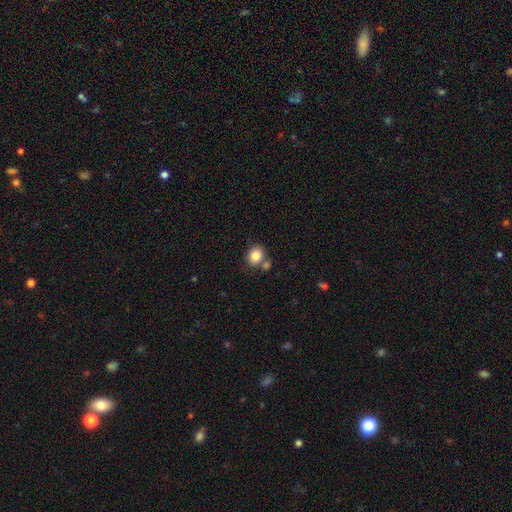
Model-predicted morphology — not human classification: smooth-or-featured: smooth: 84% | star or artifact: 9% | featured or disk: 7%
  how-rounded: round: 65% | in between: 34% | cigar-shaped: 1%
  merging: none: 65% | merger: 19% | minor disturbance: 12% | major disturbance: 4%